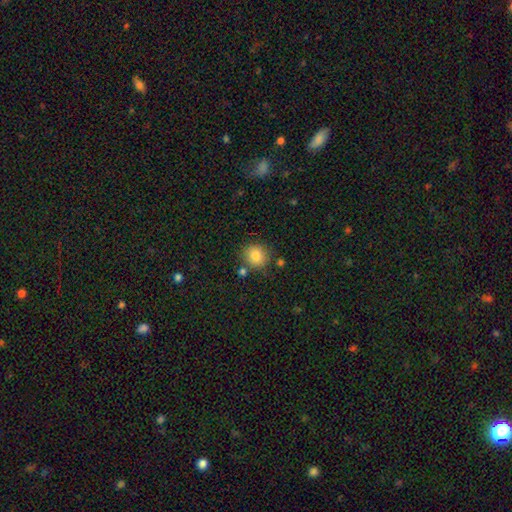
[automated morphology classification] Smooth or featured? Predicted: smooth (p=0.83). How rounded? Predicted: round (p=0.86). Merging? Predicted: none (p=0.80).